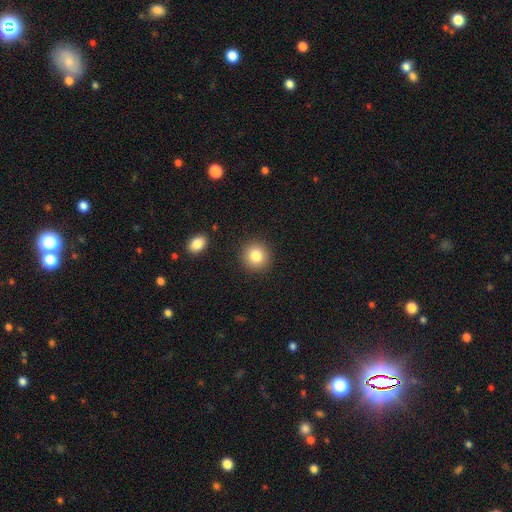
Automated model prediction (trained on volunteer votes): smooth-or-featured: smooth: 82% | star or artifact: 10% | featured or disk: 8%
  how-rounded: round: 92% | in between: 7% | cigar-shaped: 1%
  merging: none: 90% | minor disturbance: 6% | major disturbance: 2% | merger: 2%